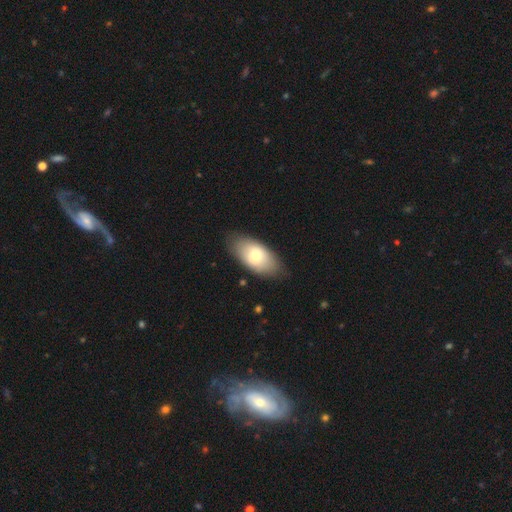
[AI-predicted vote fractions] Morphology: type=smooth (75%); roundness=in between (93%); merging=none (80%).